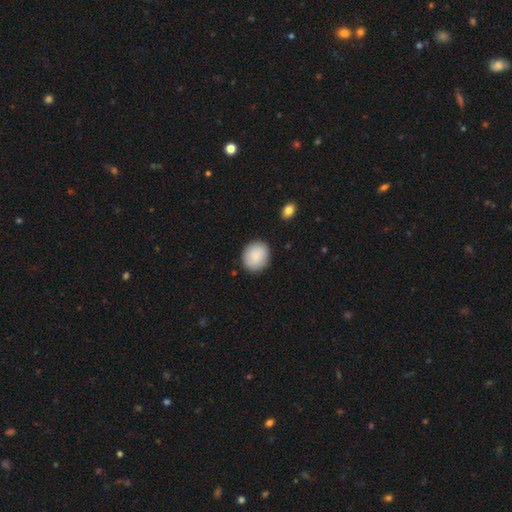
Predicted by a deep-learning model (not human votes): The model was most divided on "how rounded": round: 76%, in between: 23%, cigar-shaped: 1%. More confident: merging — none (88%); smooth or featured — smooth (86%).